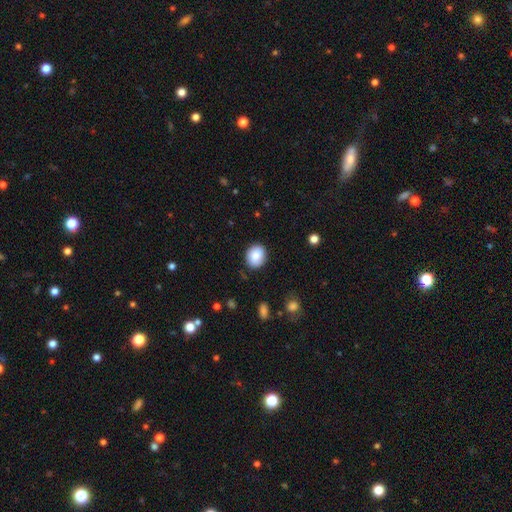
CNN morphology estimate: Overall: smooth (84%). How rounded: round (63%; in between 36%). Merging: none (87%).